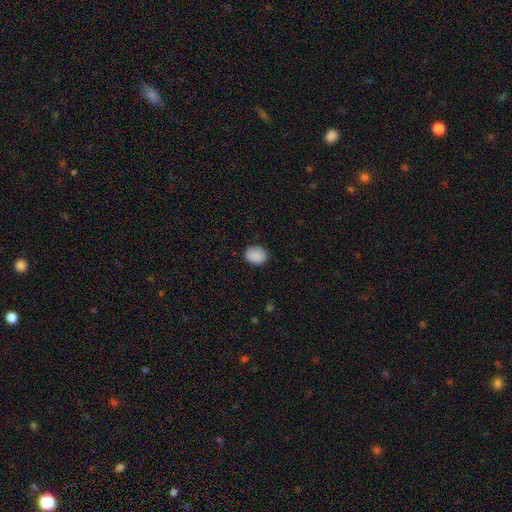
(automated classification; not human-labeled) The model was most divided on "how rounded": in between: 51%, round: 48%, cigar-shaped: 1%. More confident: smooth or featured — smooth (89%); merging — none (84%).